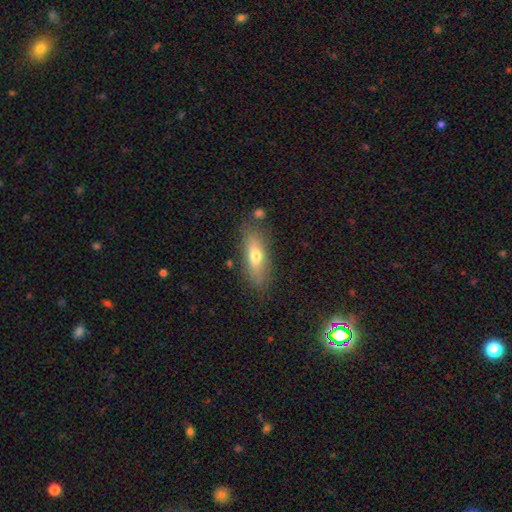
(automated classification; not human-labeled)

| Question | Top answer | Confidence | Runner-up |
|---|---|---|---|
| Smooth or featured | smooth | 62% | featured or disk (30%) |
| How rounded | in between | 55% | cigar-shaped (42%) |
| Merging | none | 78% | minor disturbance (14%) |